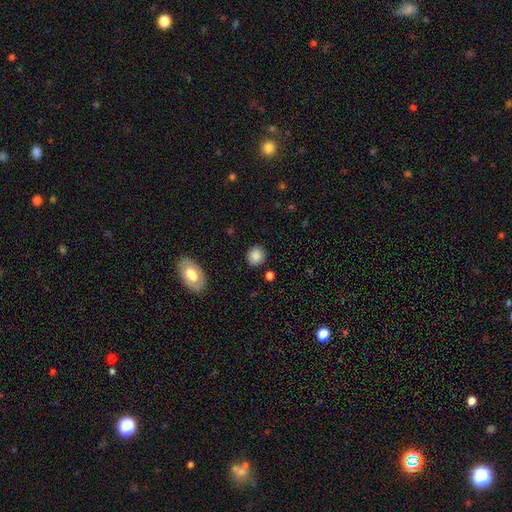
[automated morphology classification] smooth-or-featured: smooth: 85% | star or artifact: 9% | featured or disk: 5%
  how-rounded: round: 80% | in between: 19% | cigar-shaped: 1%
  merging: none: 87% | minor disturbance: 8% | major disturbance: 3% | merger: 2%